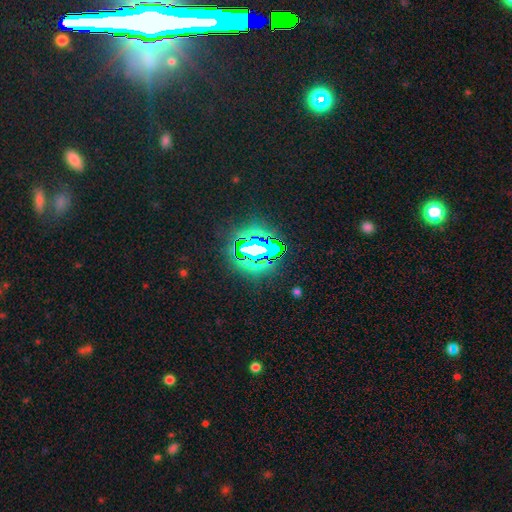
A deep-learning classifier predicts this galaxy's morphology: A star or artifact, not a galaxy (79%).

Vote fractions:
- Smooth or featured? star or artifact: 79% / smooth: 12% / featured or disk: 9%